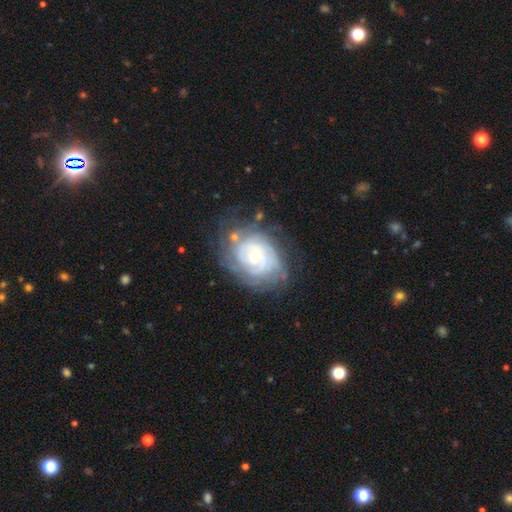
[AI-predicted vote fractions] Smooth or featured?
  - featured or disk: 80% *
  - smooth: 13%
  - star or artifact: 7%
Edge-on disk?
  - no: 97% *
  - yes: 3%
Bar?
  - no: 63% *
  - weak: 31%
  - strong: 6%
Spiral arms?
  - yes: 91% *
  - no: 9%
Spiral winding?
  - tight: 73% *
  - medium: 21%
  - loose: 6%
Spiral arm count?
  - can't tell: 49% *
  - 2: 17%
  - 3: 13%
  - 4: 11%
  - more than 4: 6%
  - 1: 5%
Bulge size?
  - small: 66% *
  - moderate: 28%
  - large: 2%
  - none: 2%
  - dominant: 1%
Merging?
  - none: 64% *
  - minor disturbance: 21%
  - major disturbance: 11%
  - merger: 4%